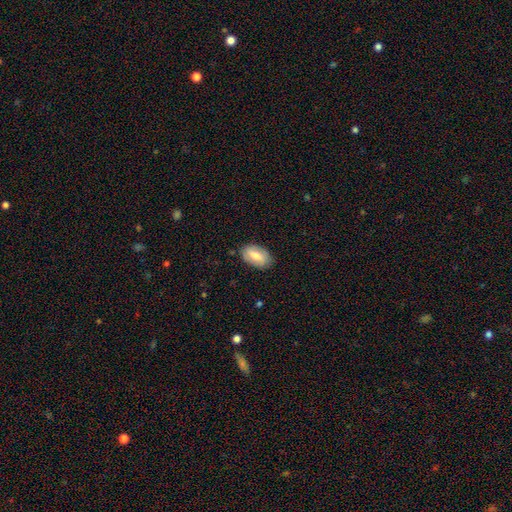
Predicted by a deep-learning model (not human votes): Overall: smooth (71%). How rounded: in between (93%). Merging: none (83%).